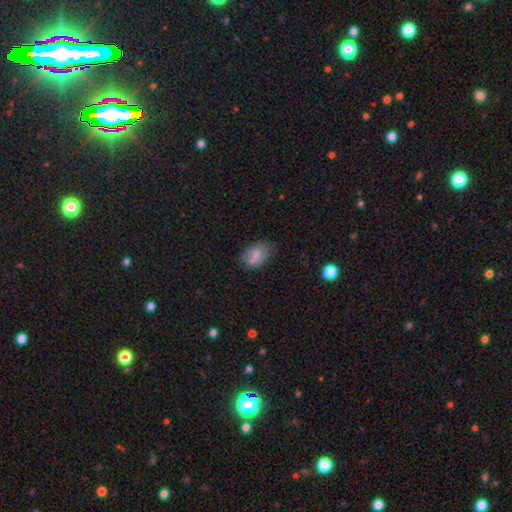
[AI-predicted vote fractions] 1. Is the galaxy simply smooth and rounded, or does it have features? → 77% smooth, 15% featured or disk, 9% star or artifact.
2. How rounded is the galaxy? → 86% in between, 12% round, 2% cigar-shaped.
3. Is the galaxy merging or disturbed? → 59% none, 28% minor disturbance, 8% major disturbance, 5% merger.